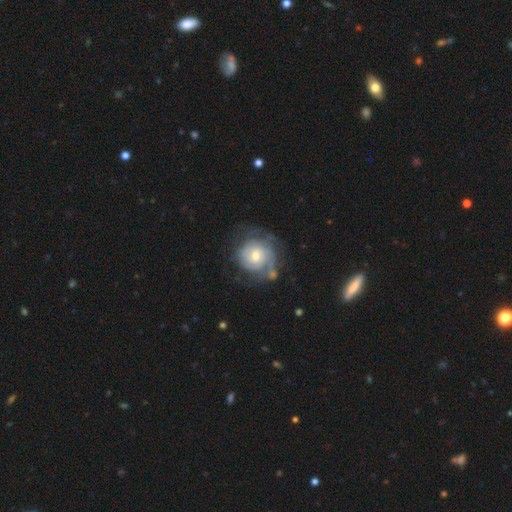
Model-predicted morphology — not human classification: Smooth or featured: featured or disk — 78% (smooth — 16%)
Edge-on disk: no — 98% (yes — 2%)
Bar: no — 63% (weak — 32%)
Spiral arms: yes — 93% (no — 7%)
Spiral winding: tight — 71% (medium — 23%)
Spiral arm count: can't tell — 40% (2 — 28%)
Bulge size: moderate — 55% (small — 38%)
Merging: none — 57% (minor disturbance — 22%)